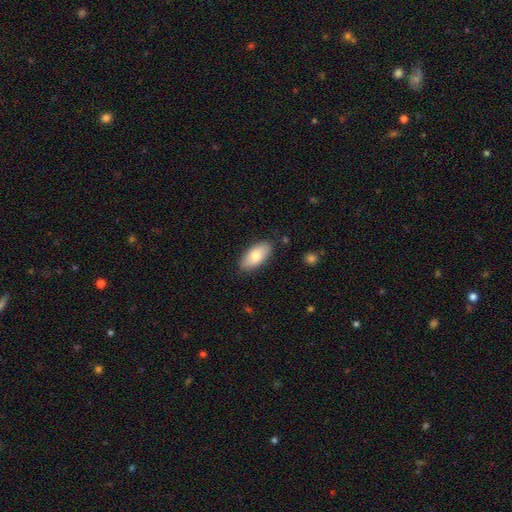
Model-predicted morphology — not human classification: A smooth galaxy with no disk features (78%) that is in between round and cigar-shaped (91%).

Vote fractions:
- Smooth or featured? smooth: 78% / featured or disk: 15% / star or artifact: 6%
- How rounded? in between: 91% / cigar-shaped: 7% / round: 2%
- Merging? none: 84% / minor disturbance: 12% / major disturbance: 2% / merger: 1%